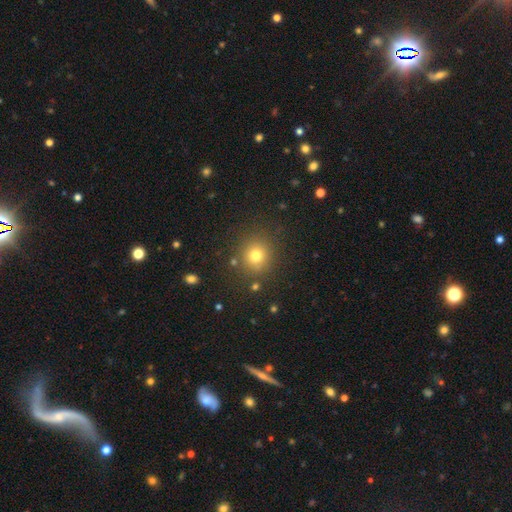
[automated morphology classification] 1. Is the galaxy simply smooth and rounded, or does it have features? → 76% smooth, 16% star or artifact, 8% featured or disk.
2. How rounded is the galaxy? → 87% round, 12% in between, 1% cigar-shaped.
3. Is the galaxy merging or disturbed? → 84% none, 9% minor disturbance, 3% major disturbance, 3% merger.